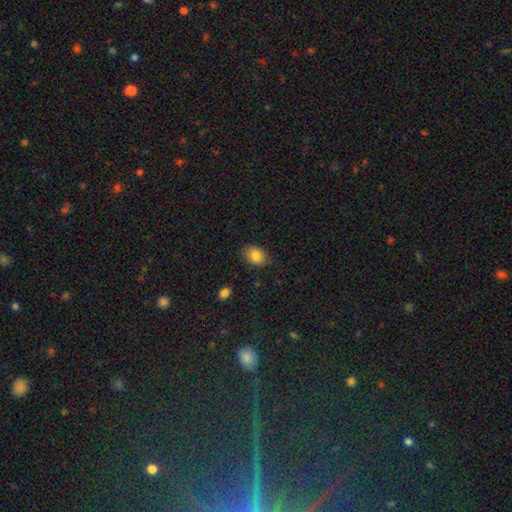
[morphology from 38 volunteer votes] Q: Smooth or featured?
A: smooth (84%); runner-up: featured or disk (8%)
Q: How rounded?
A: in between (78%); runner-up: round (22%)
Q: Merging?
A: none (77%); runner-up: minor disturbance (14%)